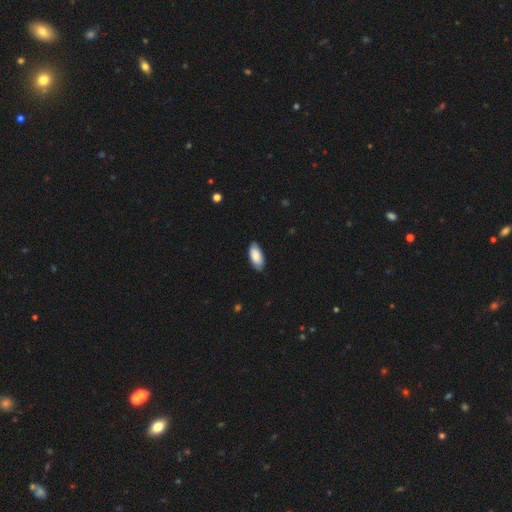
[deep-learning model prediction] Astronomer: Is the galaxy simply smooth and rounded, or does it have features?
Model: smooth — 86%.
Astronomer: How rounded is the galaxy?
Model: in between — 91%.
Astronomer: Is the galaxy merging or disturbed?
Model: none — 85%.